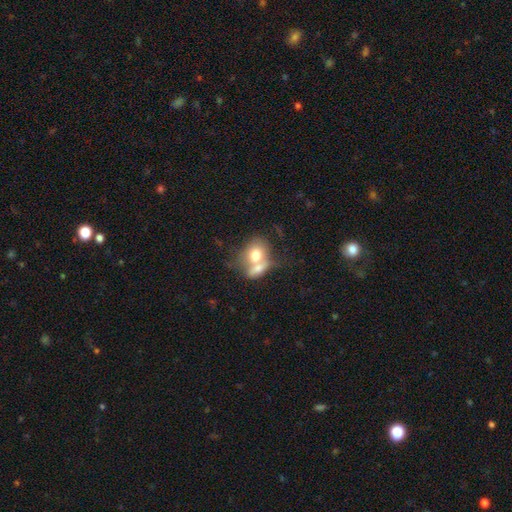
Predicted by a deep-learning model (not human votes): Q: Smooth or featured?
A: smooth (69%); runner-up: featured or disk (23%)
Q: How rounded?
A: in between (50%); runner-up: round (48%)
Q: Merging?
A: merger (65%); runner-up: none (21%)